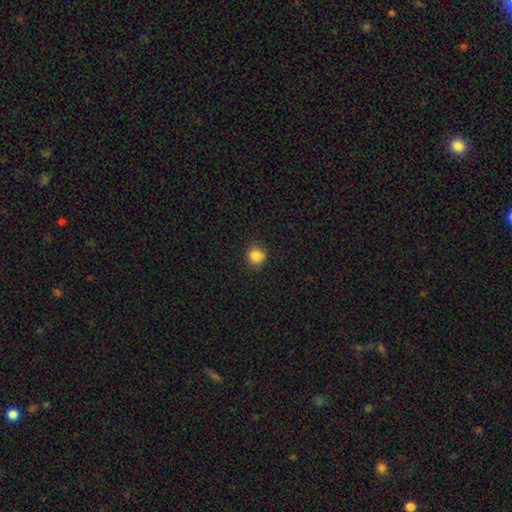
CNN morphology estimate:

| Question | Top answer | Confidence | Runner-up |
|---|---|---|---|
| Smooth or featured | smooth | 85% | star or artifact (11%) |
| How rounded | round | 88% | in between (11%) |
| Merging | none | 85% | minor disturbance (12%) |